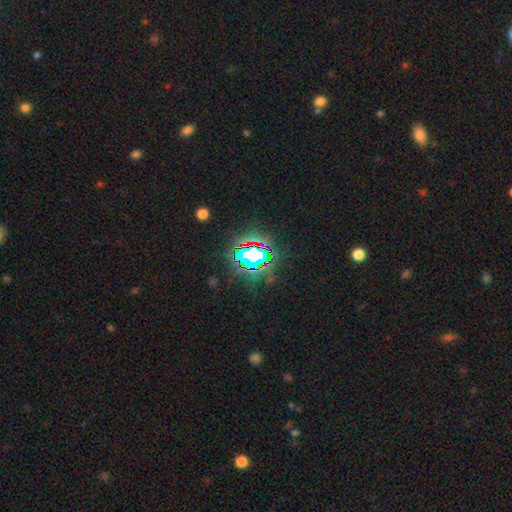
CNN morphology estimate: smooth-or-featured: star or artifact: 75% | smooth: 14% | featured or disk: 11%